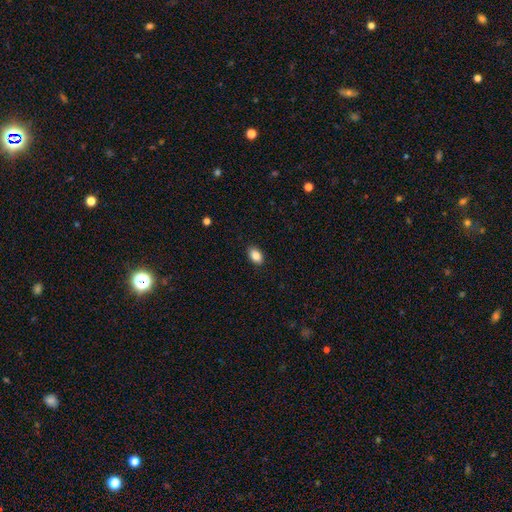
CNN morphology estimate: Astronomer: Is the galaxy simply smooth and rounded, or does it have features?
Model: smooth — 87%.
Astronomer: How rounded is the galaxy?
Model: in between — 89%.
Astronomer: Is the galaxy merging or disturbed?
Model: none — 88%.